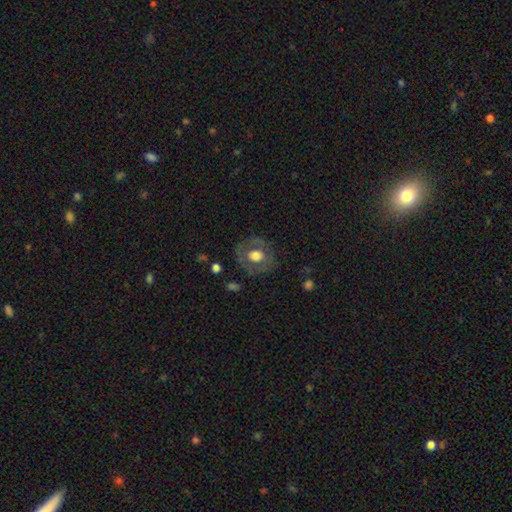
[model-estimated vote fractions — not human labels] smooth 52%, featured or disk 41%, star or artifact 7%. Down the decision tree: how rounded — round (71%); merging — none (77%).